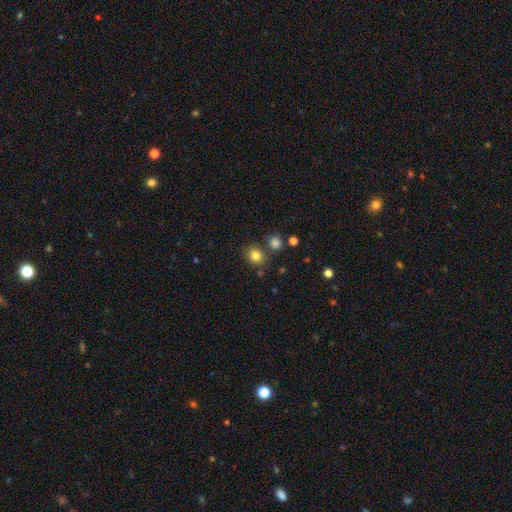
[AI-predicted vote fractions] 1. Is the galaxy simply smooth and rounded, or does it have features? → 82% smooth, 12% star or artifact, 6% featured or disk.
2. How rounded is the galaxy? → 68% round, 31% in between, 1% cigar-shaped.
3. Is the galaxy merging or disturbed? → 77% none, 10% minor disturbance, 9% merger, 3% major disturbance.